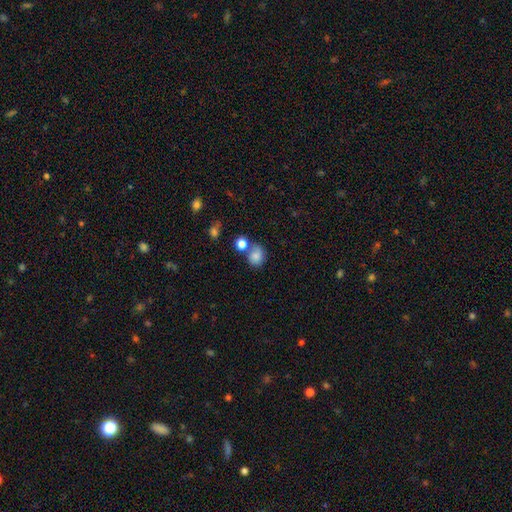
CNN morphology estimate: This is clearly a smooth galaxy (80%). How rounded: likely round (68%). Merging: possibly none (46%).